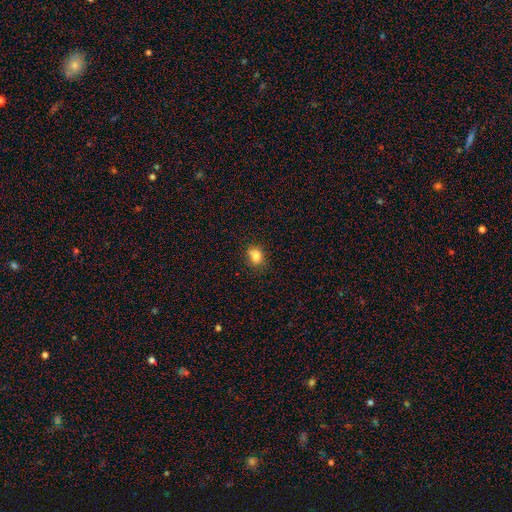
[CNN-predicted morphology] This is clearly a smooth galaxy (83%). How rounded: possibly in between (54%). Merging: likely none (71%).